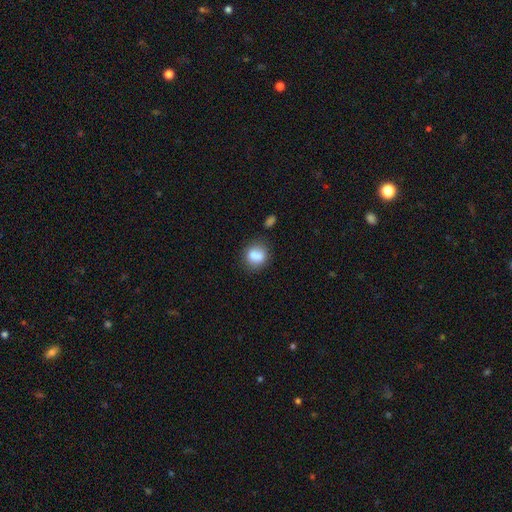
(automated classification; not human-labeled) smooth 80%, featured or disk 11%, star or artifact 9%. Down the decision tree: how rounded — round (65%); merging — none (60%).